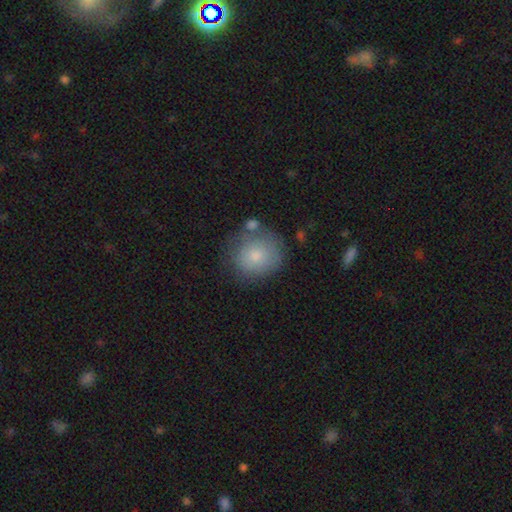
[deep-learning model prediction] Smooth or featured? Predicted: smooth (p=0.77). How rounded? Predicted: round (p=0.85). Merging? Predicted: none (p=0.64).